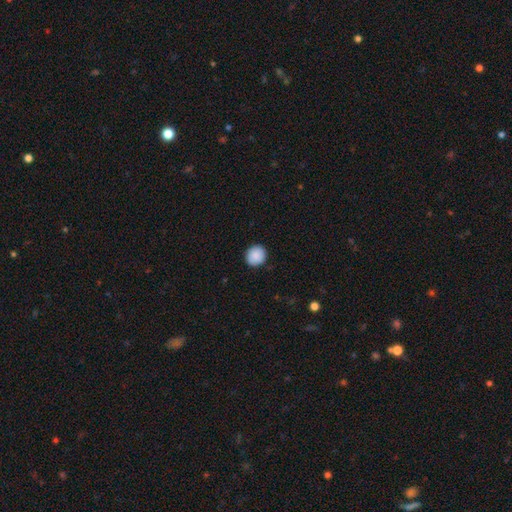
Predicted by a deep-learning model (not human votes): Q: Smooth or featured?
A: smooth (89%); runner-up: star or artifact (7%)
Q: How rounded?
A: round (88%); runner-up: in between (11%)
Q: Merging?
A: none (90%); runner-up: minor disturbance (7%)